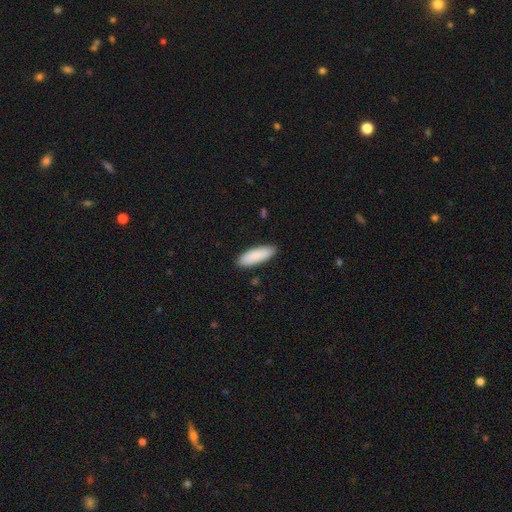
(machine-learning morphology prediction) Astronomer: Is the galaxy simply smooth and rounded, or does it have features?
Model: smooth — 89%.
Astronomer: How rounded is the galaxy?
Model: in between — 60% (runner-up: cigar-shaped, 38%).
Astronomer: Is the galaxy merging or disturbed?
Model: none — 88%.